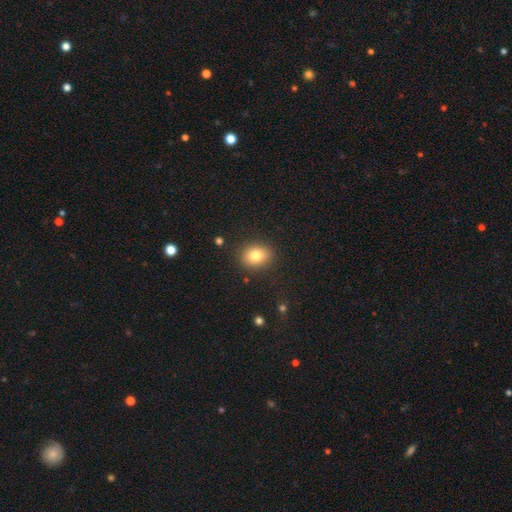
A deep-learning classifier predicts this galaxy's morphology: Smooth or featured?
  - smooth: 80% *
  - star or artifact: 10%
  - featured or disk: 9%
How rounded?
  - round: 54% *
  - in between: 45%
  - cigar-shaped: 1%
Merging?
  - none: 87% *
  - minor disturbance: 9%
  - major disturbance: 3%
  - merger: 1%